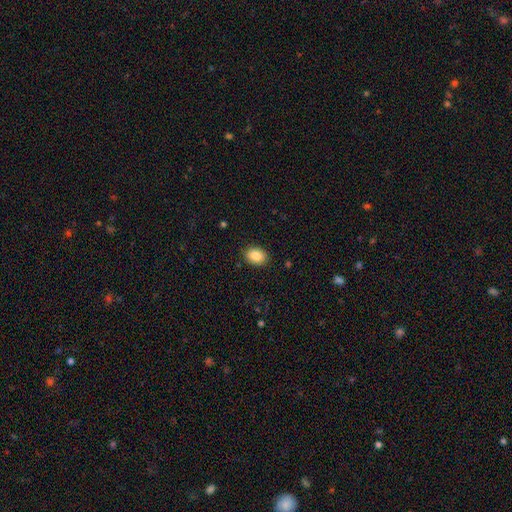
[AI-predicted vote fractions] Smooth or featured? Predicted: smooth (p=0.87). How rounded? Predicted: in between (p=0.75). Merging? Predicted: none (p=0.88).